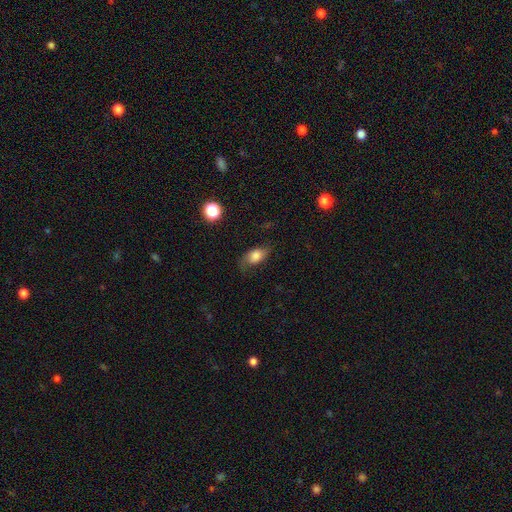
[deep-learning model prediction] smooth-or-featured: smooth: 72% | featured or disk: 19% | star or artifact: 9%
  how-rounded: in between: 84% | round: 12% | cigar-shaped: 4%
  merging: none: 61% | minor disturbance: 25% | major disturbance: 13% | merger: 2%